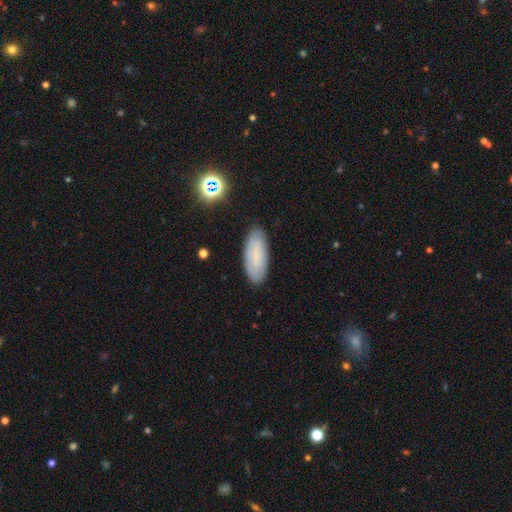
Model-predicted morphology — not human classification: Smooth or featured? Predicted: smooth (p=0.67). How rounded? Predicted: in between (p=0.81). Merging? Predicted: none (p=0.84).